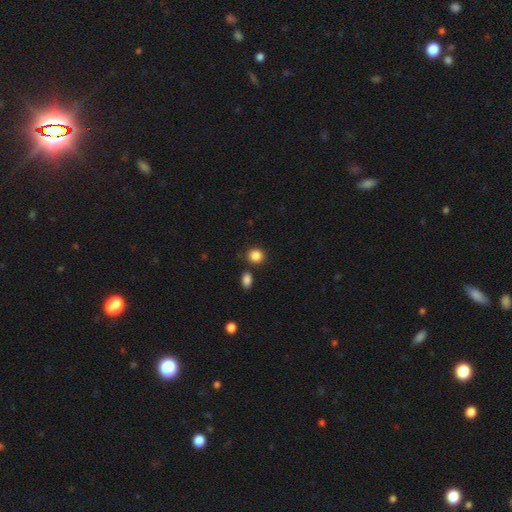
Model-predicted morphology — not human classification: Overall: smooth (87%). How rounded: round (82%). Merging: none (80%).